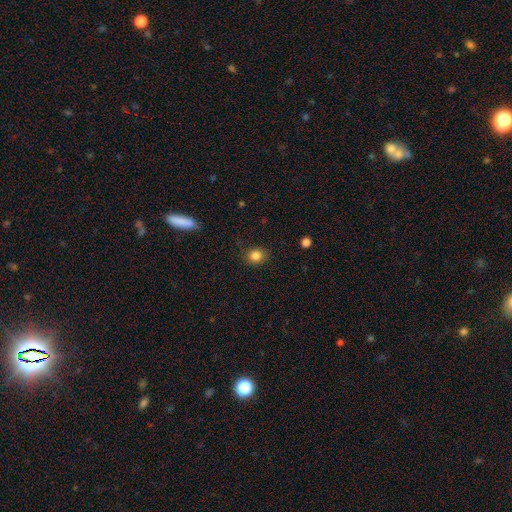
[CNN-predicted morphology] A smooth galaxy with no disk features (84%) that is round (73%).

Vote fractions:
- Smooth or featured? smooth: 84% / star or artifact: 11% / featured or disk: 5%
- How rounded? round: 73% / in between: 26% / cigar-shaped: 1%
- Merging? none: 83% / minor disturbance: 13% / major disturbance: 3% / merger: 1%